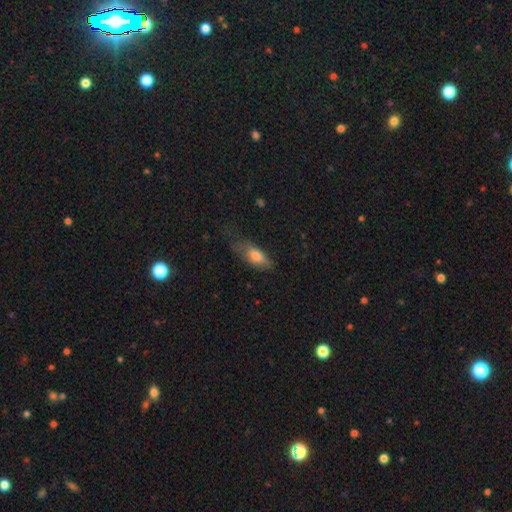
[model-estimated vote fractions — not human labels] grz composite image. It shows a smooth galaxy with no disk features (77%) that is in between round and cigar-shaped (79%). Merging: none (44%).